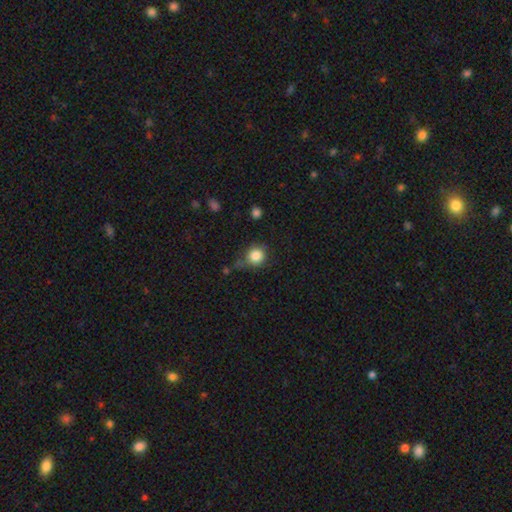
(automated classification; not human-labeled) smooth_or_featured: smooth (p=0.84) [alt: star or artifact p=0.10]
how_rounded: round (p=0.90) [alt: in between p=0.09]
merging: none (p=0.63) [alt: minor disturbance p=0.22]